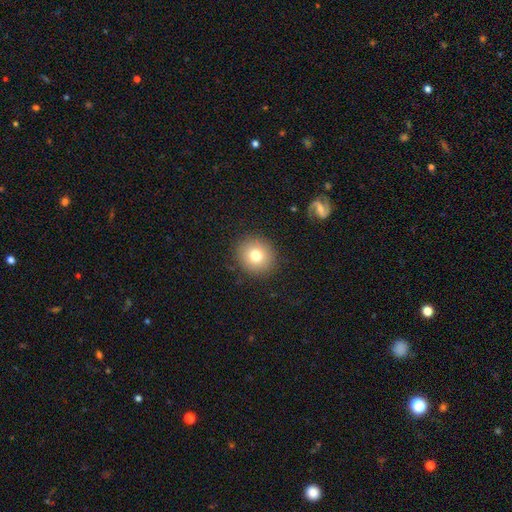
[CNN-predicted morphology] Overall: smooth (76%). How rounded: round (90%). Merging: none (89%).